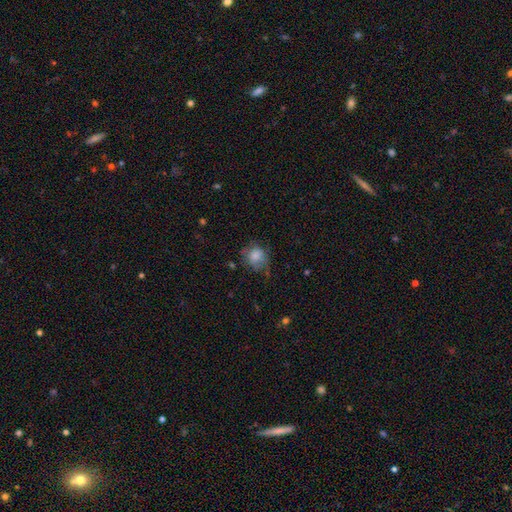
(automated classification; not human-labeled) A smooth galaxy with no disk features (74%) that is round (69%). Merging: none (48%).